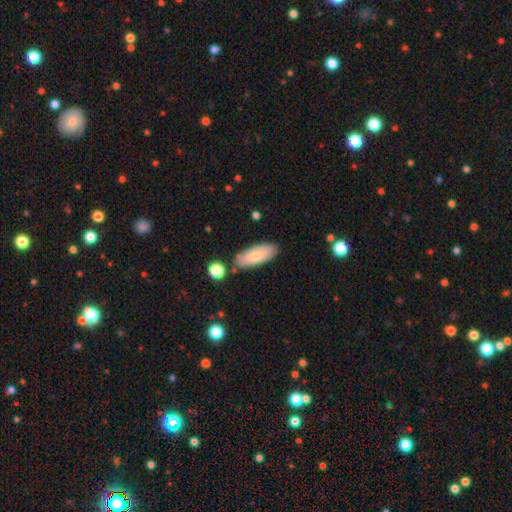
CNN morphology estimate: type=smooth (75%); roundness=in between (79%); merging=none (81%).